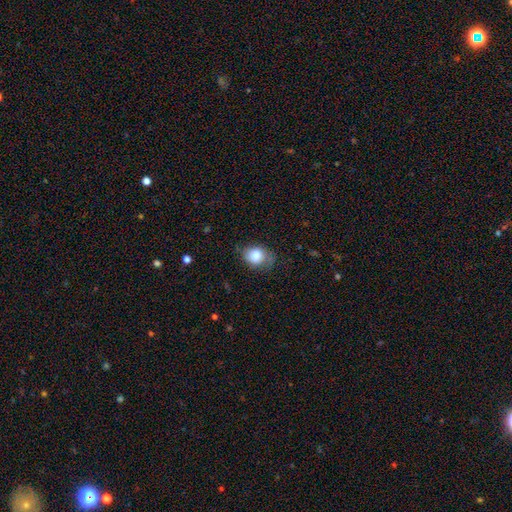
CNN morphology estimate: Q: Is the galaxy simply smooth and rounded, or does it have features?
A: smooth — 81%.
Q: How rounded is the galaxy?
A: in between — 52%.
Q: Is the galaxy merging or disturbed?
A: none — 54%.